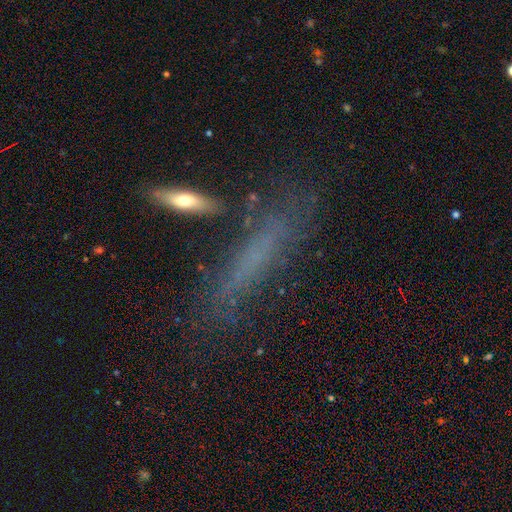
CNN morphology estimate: A smooth galaxy with no disk features (49%). Merging: none (65%).